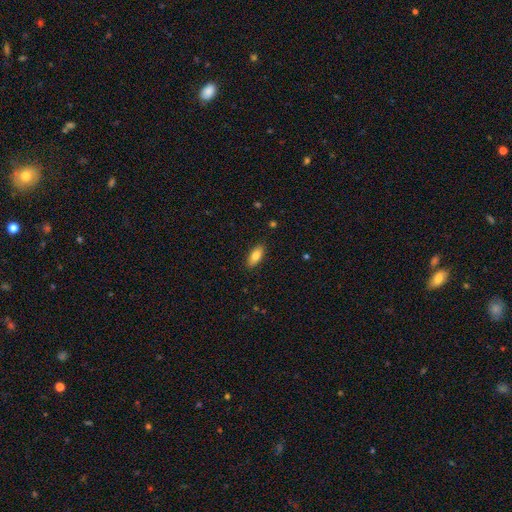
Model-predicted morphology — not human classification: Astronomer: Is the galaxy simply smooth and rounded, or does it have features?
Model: smooth — 82%.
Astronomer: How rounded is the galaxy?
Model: in between — 84%.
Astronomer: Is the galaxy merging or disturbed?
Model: none — 88%.